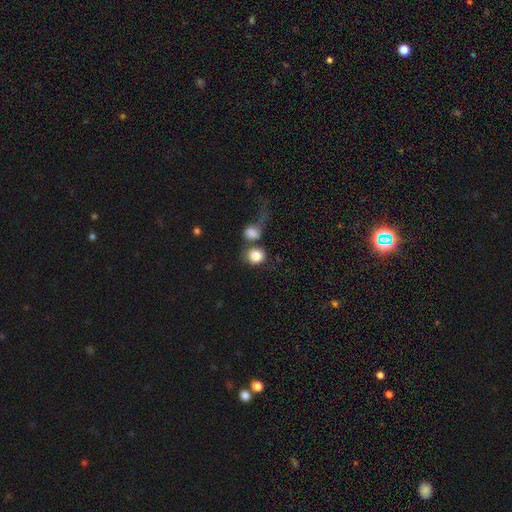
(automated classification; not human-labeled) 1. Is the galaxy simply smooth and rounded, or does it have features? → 84% smooth, 8% star or artifact, 8% featured or disk.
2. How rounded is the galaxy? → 76% round, 22% in between, 1% cigar-shaped.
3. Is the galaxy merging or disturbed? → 41% merger, 38% none, 11% major disturbance, 10% minor disturbance.